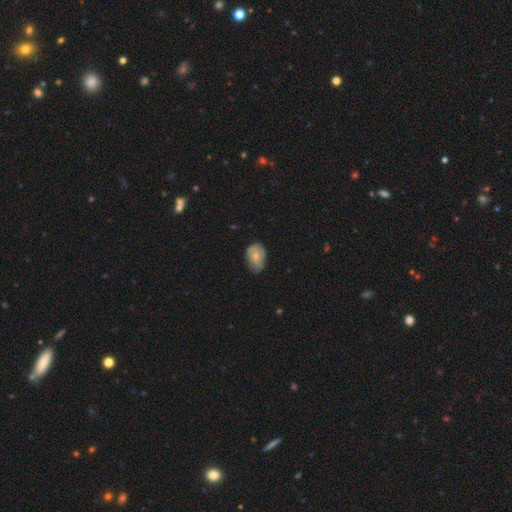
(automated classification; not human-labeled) Smooth or featured: smooth — 58% (featured or disk — 35%)
How rounded: in between — 78% (round — 21%)
Merging: none — 51% (minor disturbance — 39%)